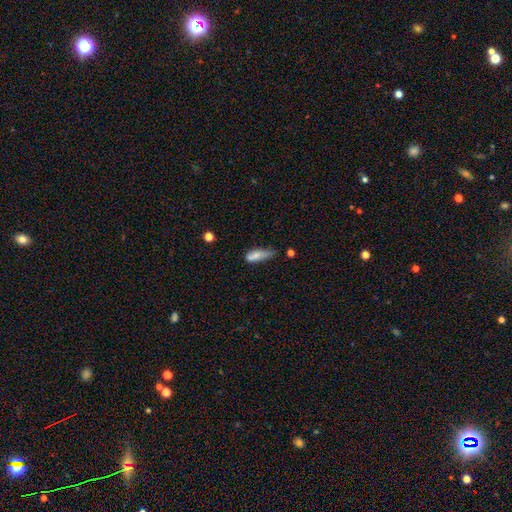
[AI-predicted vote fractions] The model was most divided on "merging": minor disturbance: 41%, none: 36%, major disturbance: 16%, merger: 7%. More confident: smooth or featured — smooth (74%); how rounded — in between (54%).